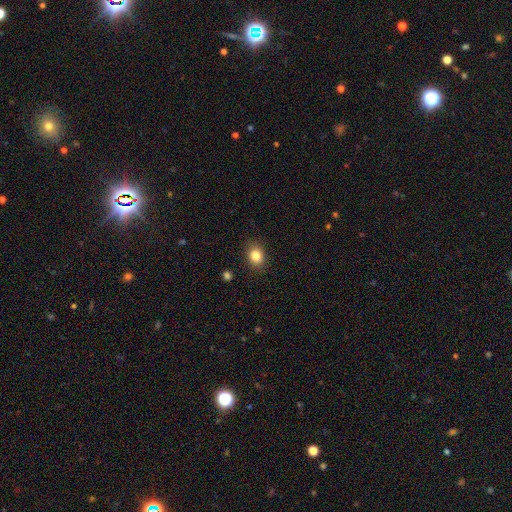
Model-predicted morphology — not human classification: type=smooth (83%); roundness=in between (51%); merging=none (87%).